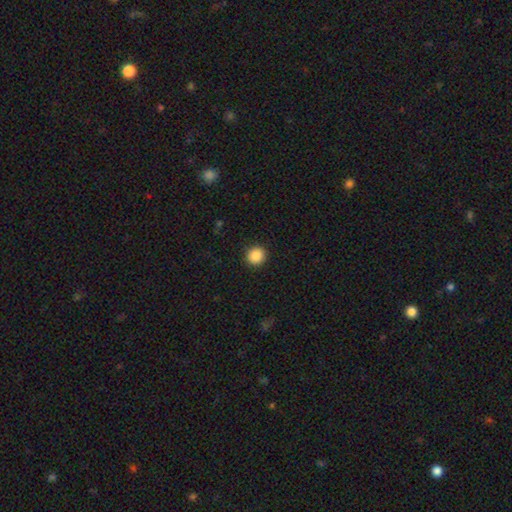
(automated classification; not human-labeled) The model was most divided on "smooth or featured": smooth: 88%, star or artifact: 9%, featured or disk: 3%. More confident: how rounded — round (93%); merging — none (92%).